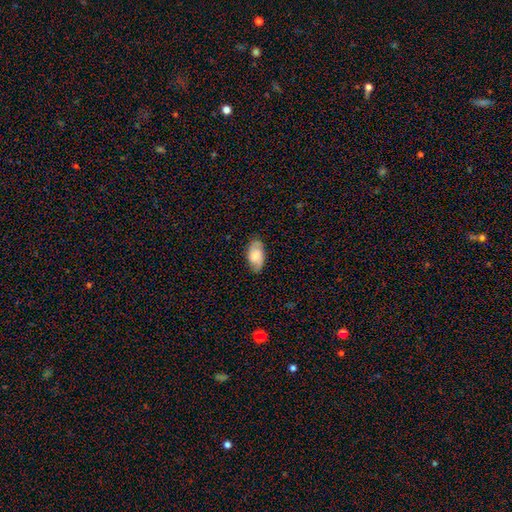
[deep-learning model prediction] This appears to be a smooth galaxy with no disk features (58%) that is in between round and cigar-shaped (93%). Merging: none (80%).